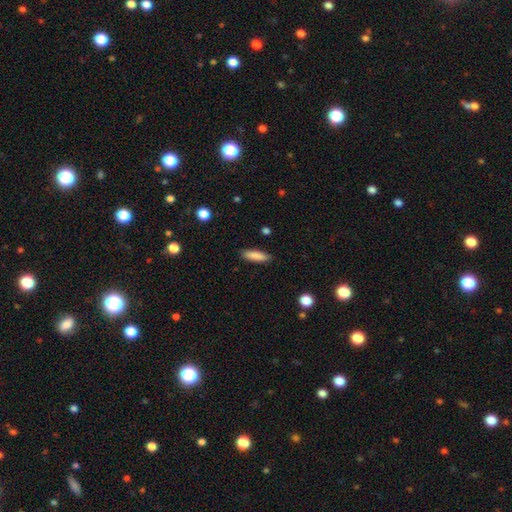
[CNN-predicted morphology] Overall: smooth (86%). How rounded: cigar-shaped (58%; in between 40%). Merging: none (87%).